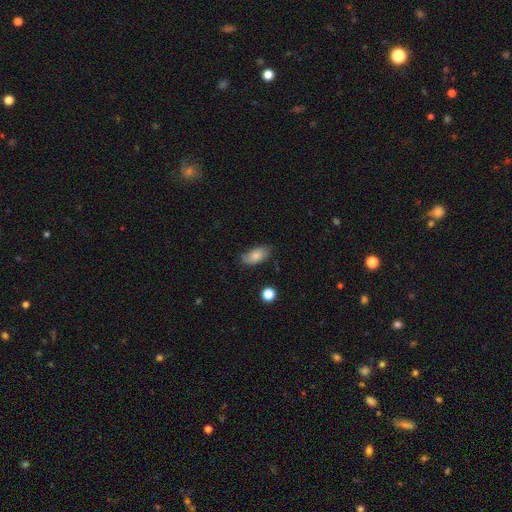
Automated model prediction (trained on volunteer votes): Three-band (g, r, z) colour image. It shows a smooth galaxy with no disk features (79%) that is in between round and cigar-shaped (92%). Merging: none (71%).